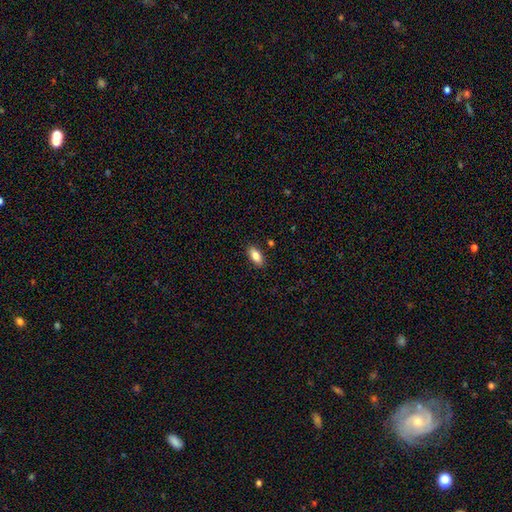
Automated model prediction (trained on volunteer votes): A smooth galaxy with no disk features (80%) that is in between round and cigar-shaped (86%). Merging: none (88%).